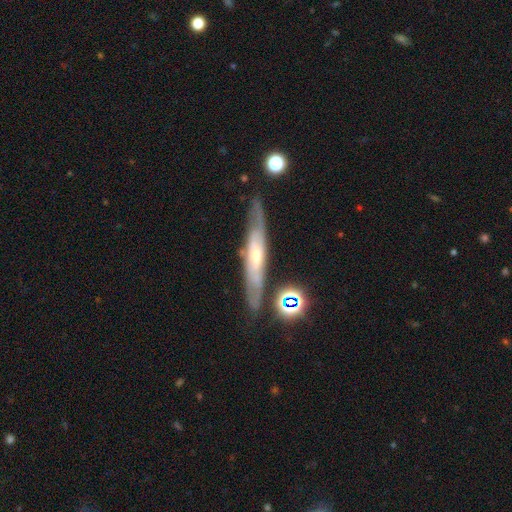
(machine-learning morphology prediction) Smooth or featured? featured or disk (71%)
Edge-on disk? yes (62%)
Merging? none (76%)